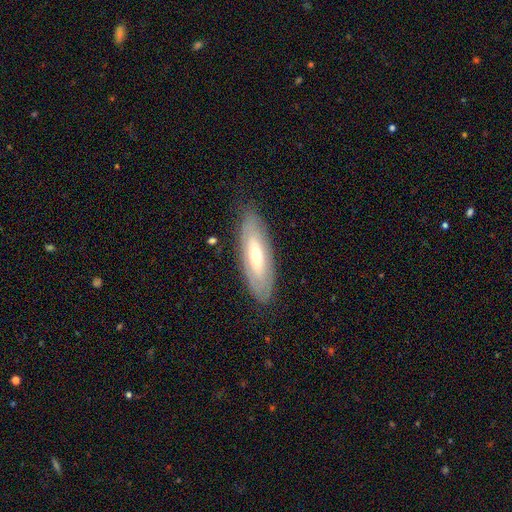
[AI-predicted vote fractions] Smooth or featured: featured or disk — 55% (smooth — 39%)
Edge-on disk: no — 68% (yes — 32%)
Merging: none — 83% (minor disturbance — 13%)